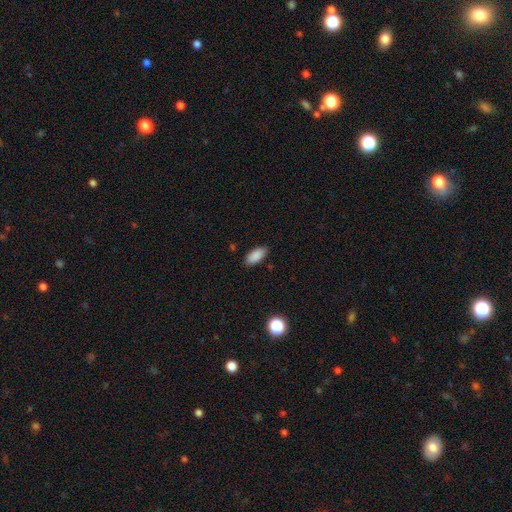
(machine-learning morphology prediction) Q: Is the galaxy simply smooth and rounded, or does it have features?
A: smooth — 88%.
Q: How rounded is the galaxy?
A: in between — 89%.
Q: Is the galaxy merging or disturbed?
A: none — 86%.